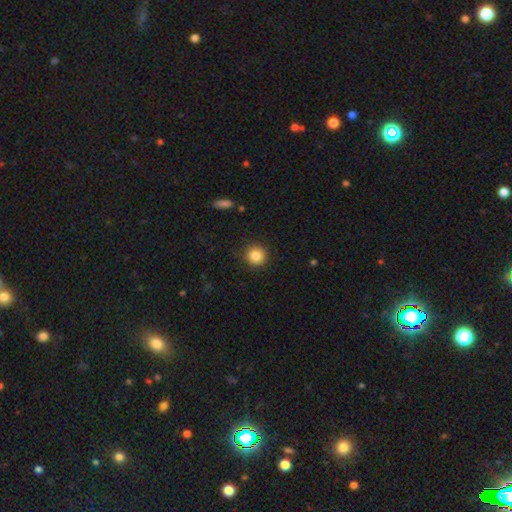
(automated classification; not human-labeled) This appears to be a smooth galaxy with no disk features (84%) that is round (95%). Merging: none (91%).